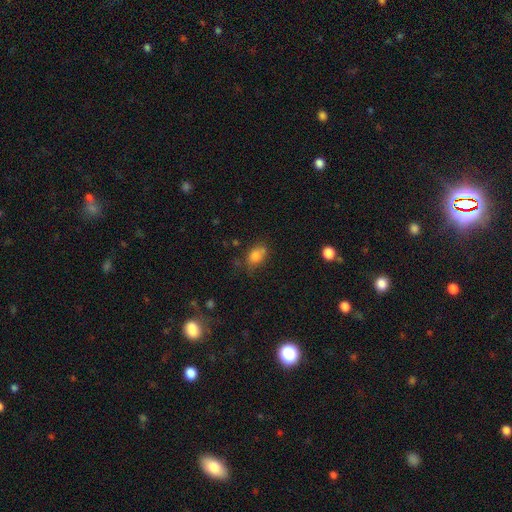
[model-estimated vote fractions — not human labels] Morphology: type=smooth (78%); roundness=in between (71%); merging=none (55%).